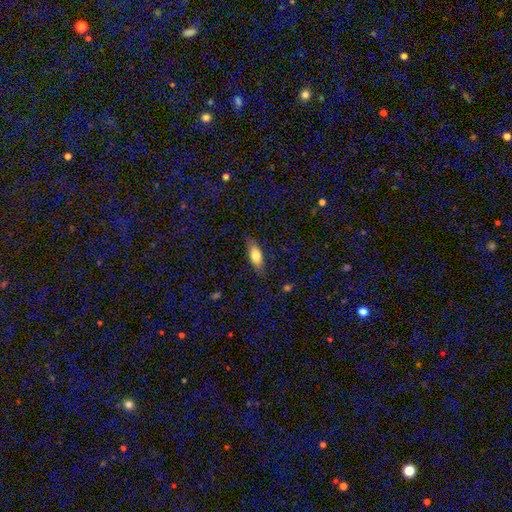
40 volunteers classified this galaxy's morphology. This is likely a smooth galaxy (72%). How rounded: likely in between (69%). Merging: clearly none (81%).